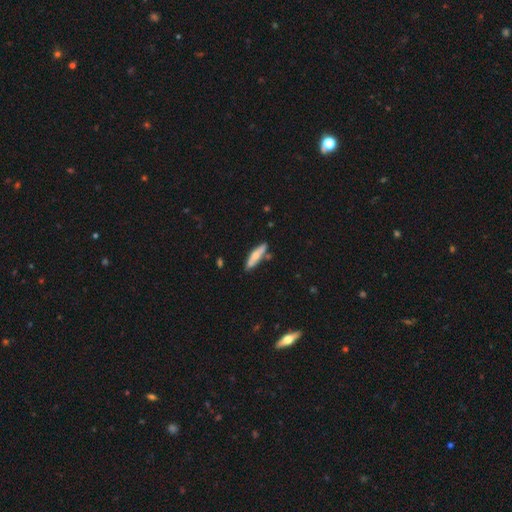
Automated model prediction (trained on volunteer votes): smooth-or-featured: smooth: 61% | featured or disk: 33% | star or artifact: 6%
  how-rounded: cigar-shaped: 75% | in between: 23% | round: 2%
  merging: none: 76% | minor disturbance: 14% | merger: 7% | major disturbance: 3%